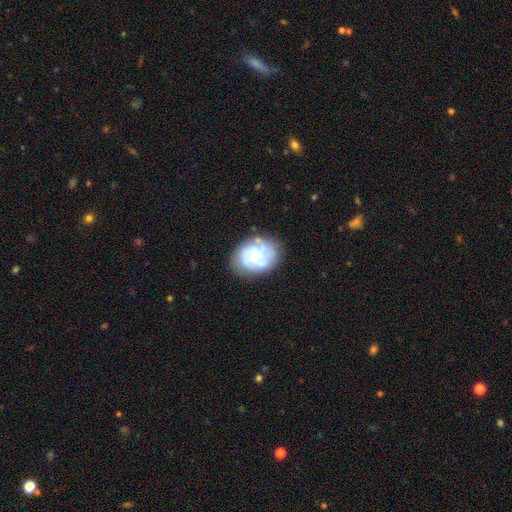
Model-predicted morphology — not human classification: featured or disk 64%, smooth 29%, star or artifact 7%. Down the decision tree: edge-on disk — no (98%); bar — no (73%); spiral arms — yes (79%); bulge size — small (59%); merging — none (67%).